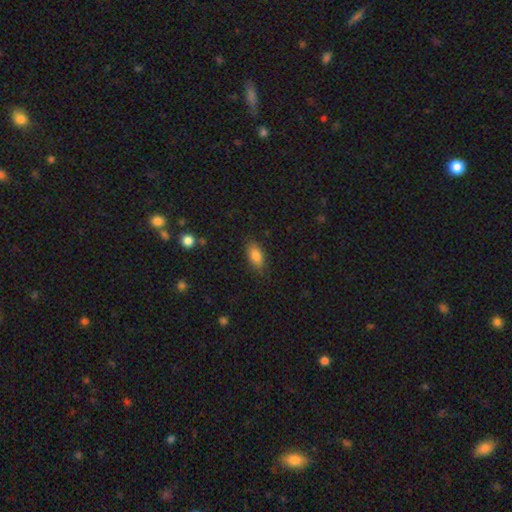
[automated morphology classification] Q: Smooth or featured?
A: smooth (83%); runner-up: featured or disk (9%)
Q: How rounded?
A: in between (88%); runner-up: cigar-shaped (7%)
Q: Merging?
A: none (83%); runner-up: minor disturbance (13%)